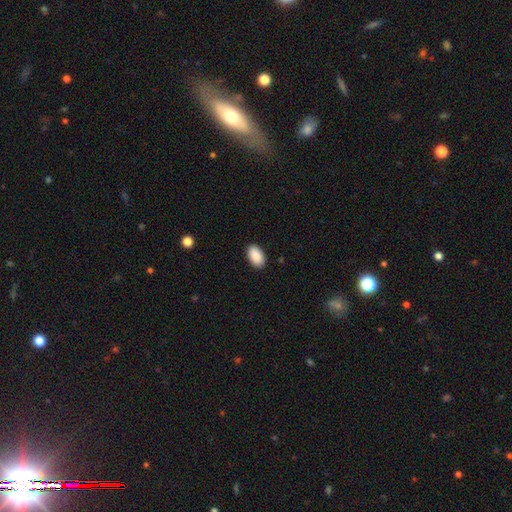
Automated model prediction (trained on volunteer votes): Smooth or featured? smooth (91%)
How rounded? in between (95%)
Merging? none (89%)